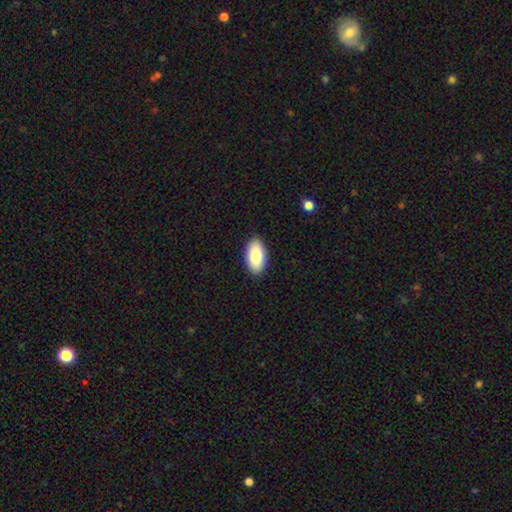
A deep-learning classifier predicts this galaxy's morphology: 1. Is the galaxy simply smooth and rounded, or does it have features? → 81% smooth, 13% featured or disk, 6% star or artifact.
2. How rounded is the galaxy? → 95% in between, 3% round, 2% cigar-shaped.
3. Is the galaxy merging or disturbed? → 90% none, 8% minor disturbance, 2% major disturbance, 1% merger.